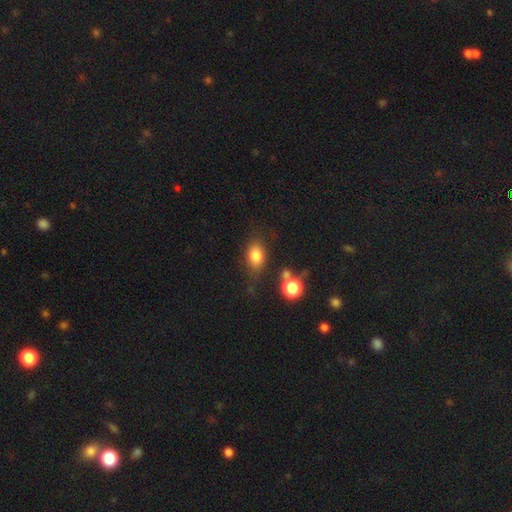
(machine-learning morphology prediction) Smooth or featured?
  - smooth: 79% *
  - star or artifact: 11%
  - featured or disk: 10%
How rounded?
  - in between: 78% *
  - round: 20%
  - cigar-shaped: 2%
Merging?
  - none: 67% *
  - minor disturbance: 17%
  - merger: 8%
  - major disturbance: 8%